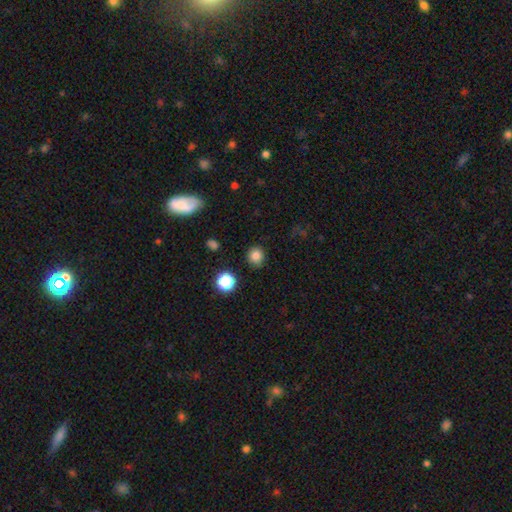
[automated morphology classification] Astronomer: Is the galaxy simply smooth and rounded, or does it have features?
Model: smooth — 82%.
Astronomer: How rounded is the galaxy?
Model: round — 86%.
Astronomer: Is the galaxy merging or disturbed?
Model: none — 87%.